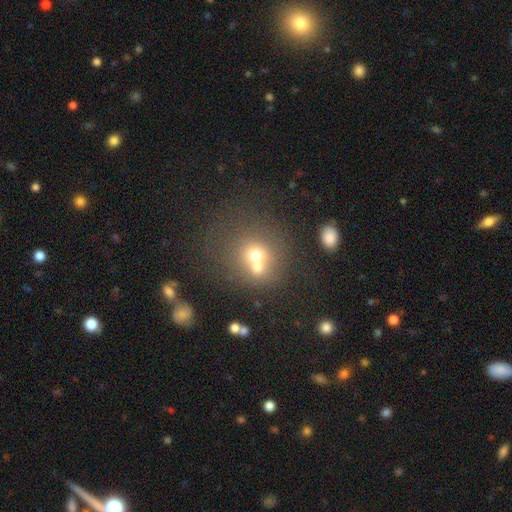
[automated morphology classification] This appears to be a smooth galaxy with no disk features (63%) that is round (82%). Merging: merger (51%).